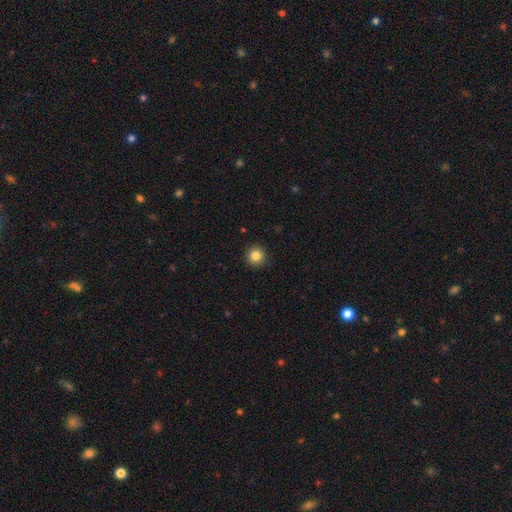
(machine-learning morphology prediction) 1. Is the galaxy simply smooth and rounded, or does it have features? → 84% smooth, 11% star or artifact, 5% featured or disk.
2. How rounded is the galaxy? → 95% round, 4% in between, 1% cigar-shaped.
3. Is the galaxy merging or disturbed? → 92% none, 5% minor disturbance, 2% major disturbance, 1% merger.